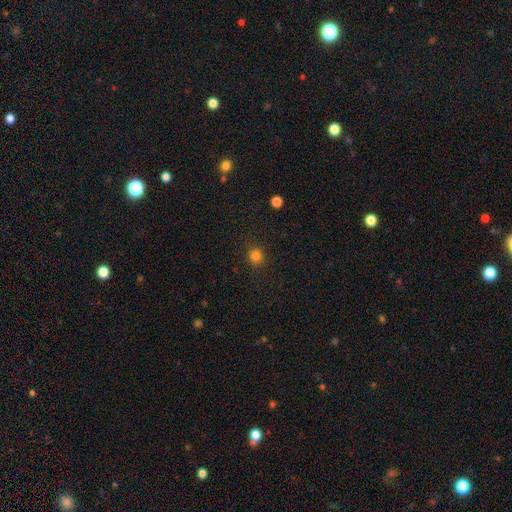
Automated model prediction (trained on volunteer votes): Overall: smooth (82%). How rounded: round (89%). Merging: none (90%).